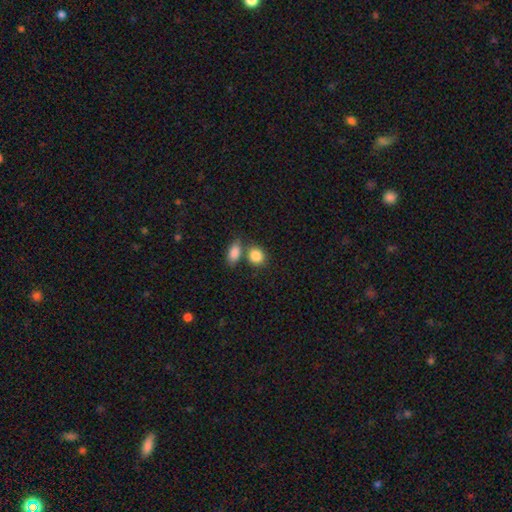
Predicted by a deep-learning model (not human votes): Q: Smooth or featured?
A: smooth (86%); runner-up: star or artifact (8%)
Q: How rounded?
A: round (54%); runner-up: in between (44%)
Q: Merging?
A: none (53%); runner-up: merger (33%)